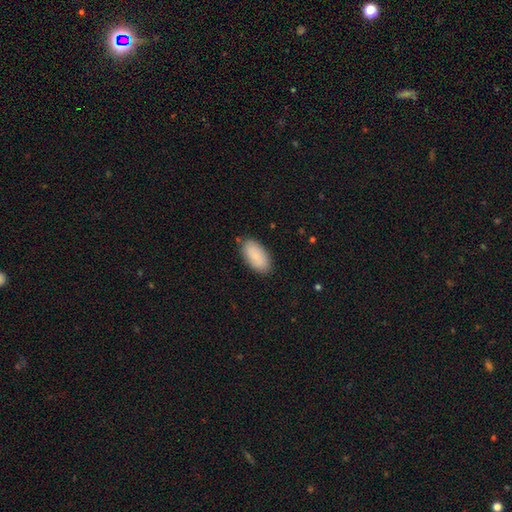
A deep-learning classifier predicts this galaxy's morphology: type=smooth (84%); roundness=in between (94%); merging=none (83%).